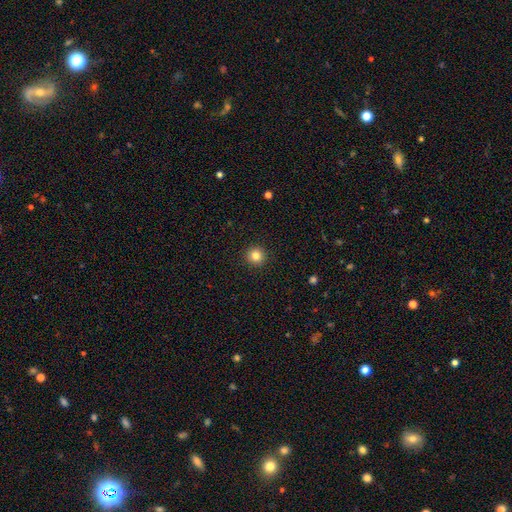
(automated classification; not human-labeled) A smooth galaxy with no disk features (84%) that is round (95%). Merging: none (93%).